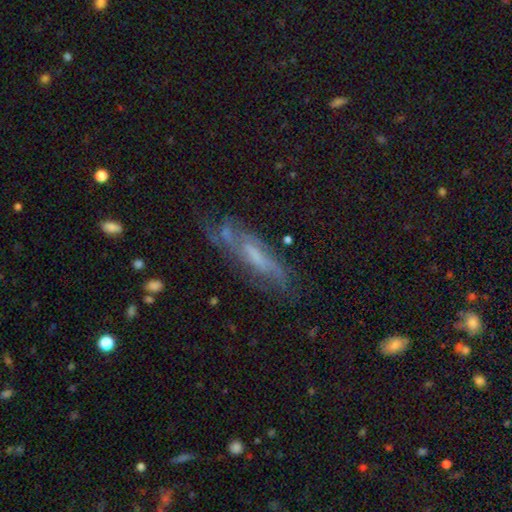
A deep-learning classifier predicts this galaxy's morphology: Overall: featured or disk (66%). Edge-on disk: no (66%; yes 34%). Merging: none (60%; minor disturbance 23%).